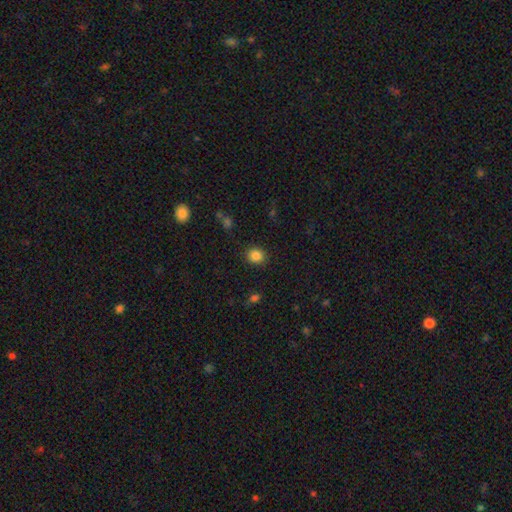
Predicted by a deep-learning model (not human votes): A smooth galaxy with no disk features (85%) that is round (74%). Merging: none (88%).